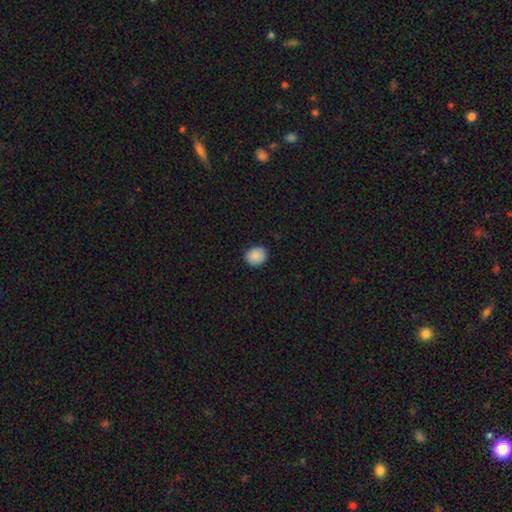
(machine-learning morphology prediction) A smooth galaxy with no disk features (89%) that is round (67%). Merging: none (88%).